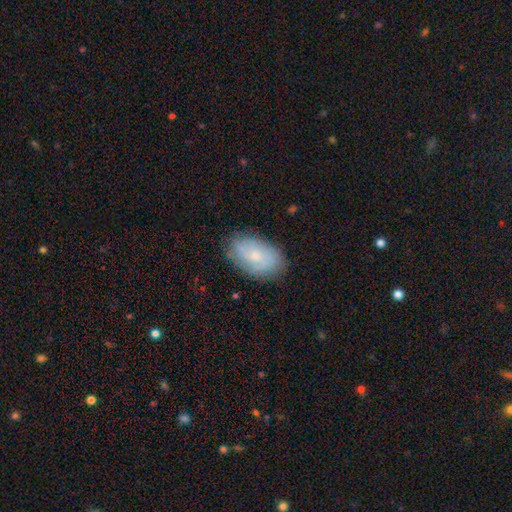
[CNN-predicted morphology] Smooth or featured? Predicted: smooth (p=0.54). How rounded? Predicted: in between (p=0.92). Merging? Predicted: none (p=0.79).